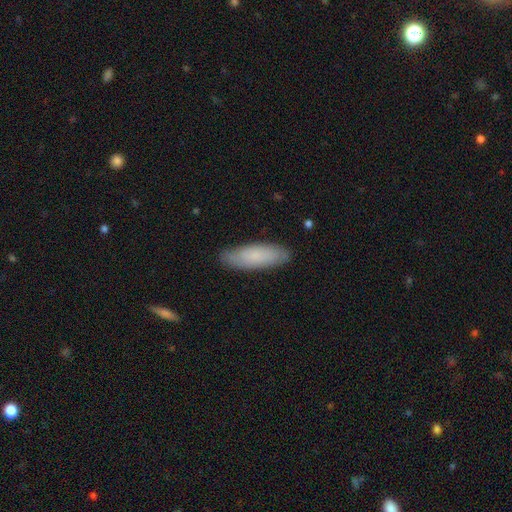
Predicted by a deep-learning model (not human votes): This appears to be a smooth galaxy with no disk features (77%) that is in between round and cigar-shaped (52%). Merging: none (84%).